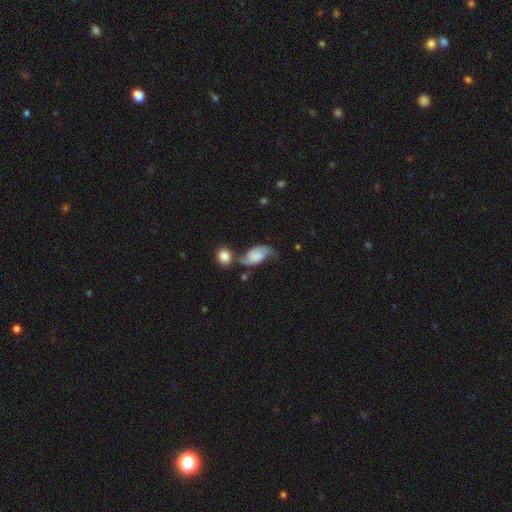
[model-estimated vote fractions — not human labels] Morphology: type=featured or disk (67%); edge-on=no (97%); bar=no (60%); spiral arms=yes (93%); winding=loose (49%); arm count=2 (90%); bulge=none (46%); merging=none (42%).